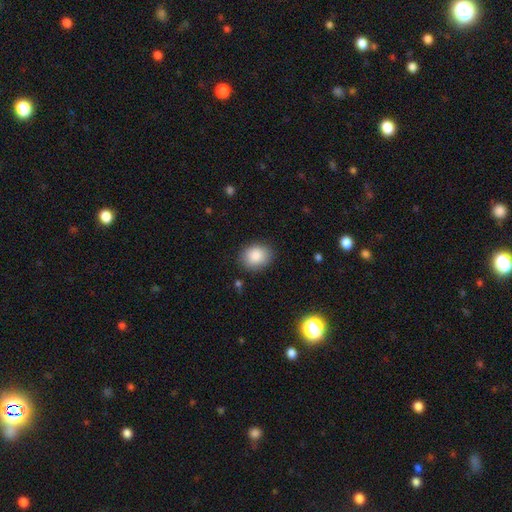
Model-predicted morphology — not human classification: Smooth or featured? Predicted: smooth (p=0.87). How rounded? Predicted: round (p=0.53). Merging? Predicted: none (p=0.85).